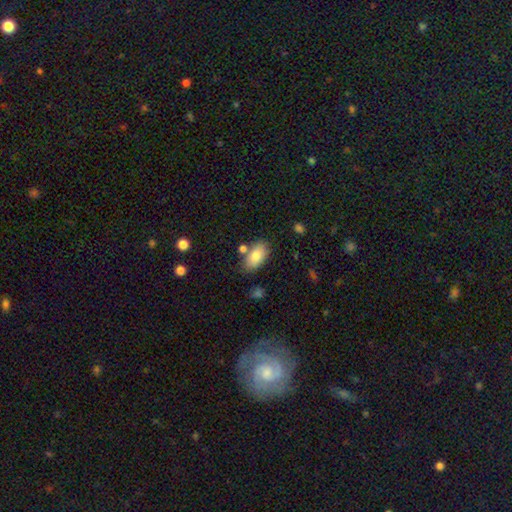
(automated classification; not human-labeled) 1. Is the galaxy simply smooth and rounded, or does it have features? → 82% smooth, 11% featured or disk, 7% star or artifact.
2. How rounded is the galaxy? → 93% in between, 4% round, 3% cigar-shaped.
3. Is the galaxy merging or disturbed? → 73% none, 13% minor disturbance, 11% merger, 3% major disturbance.